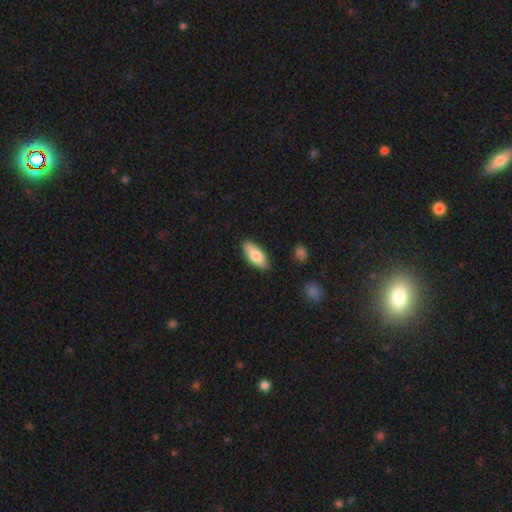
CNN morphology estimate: Smooth or featured: smooth — 76% (featured or disk — 18%)
How rounded: in between — 77% (cigar-shaped — 21%)
Merging: none — 86% (minor disturbance — 11%)